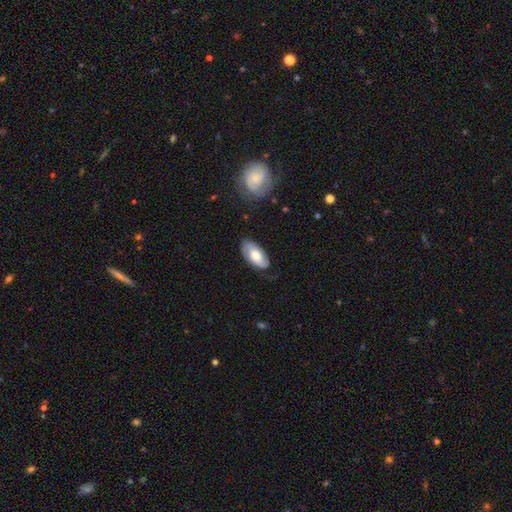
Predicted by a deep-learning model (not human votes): A featured or disk galaxy (47%, tied with smooth).

Vote fractions:
- Smooth or featured? featured or disk: 47% (tied) / smooth: 47% (tied) / star or artifact: 6%
- Merging? none: 75% / minor disturbance: 19% / major disturbance: 5% / merger: 1%